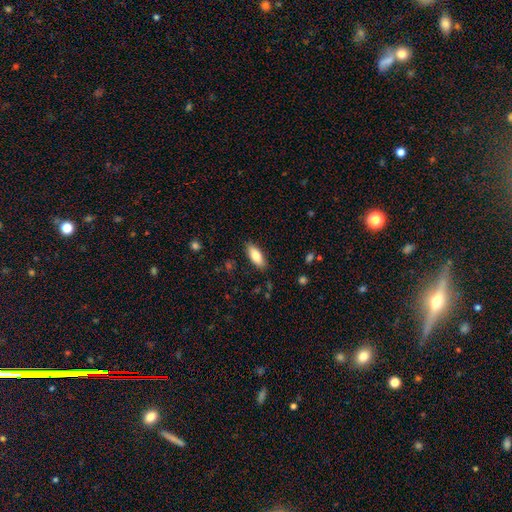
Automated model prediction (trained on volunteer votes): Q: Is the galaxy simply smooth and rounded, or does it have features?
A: smooth — 80%.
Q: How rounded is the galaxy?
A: in between — 76%.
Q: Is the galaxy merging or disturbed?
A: none — 86%.